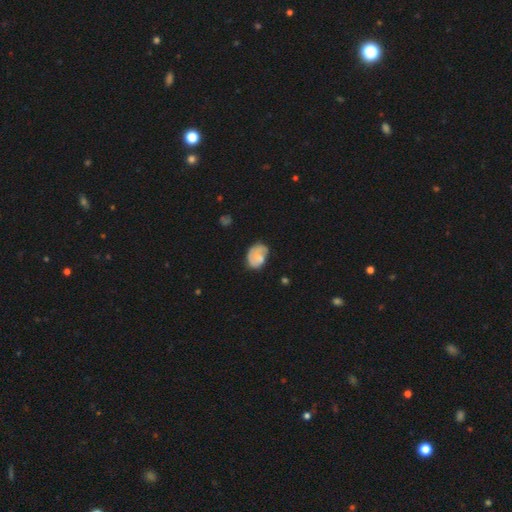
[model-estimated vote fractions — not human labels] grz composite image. It shows a featured or disk galaxy (48%). Merging: none (55%).